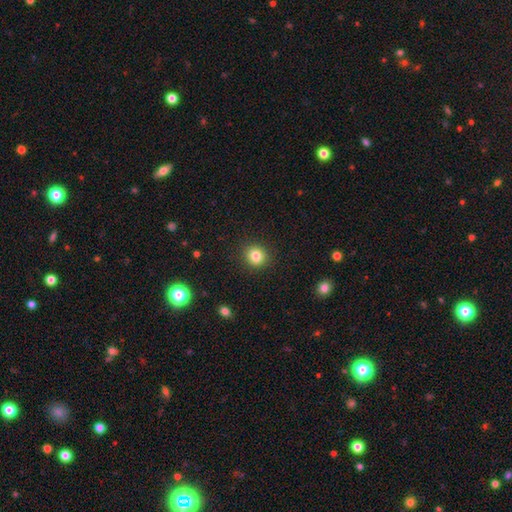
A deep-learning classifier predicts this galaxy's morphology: Smooth or featured? smooth (83%)
How rounded? round (85%)
Merging? none (90%)